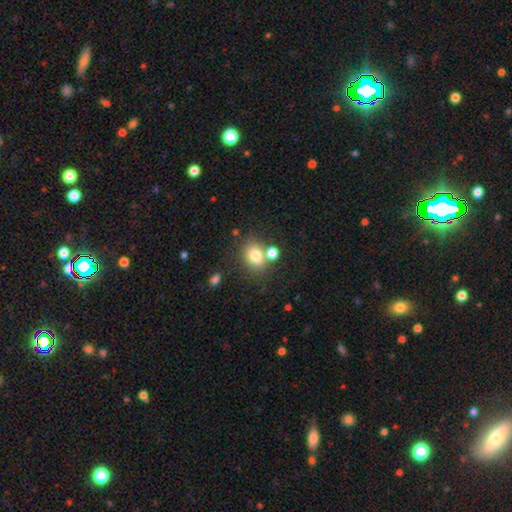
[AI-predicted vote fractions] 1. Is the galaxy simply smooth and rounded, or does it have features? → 78% smooth, 12% star or artifact, 10% featured or disk.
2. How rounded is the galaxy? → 59% round, 40% in between, 1% cigar-shaped.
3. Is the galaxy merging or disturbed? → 64% none, 20% merger, 11% minor disturbance, 4% major disturbance.